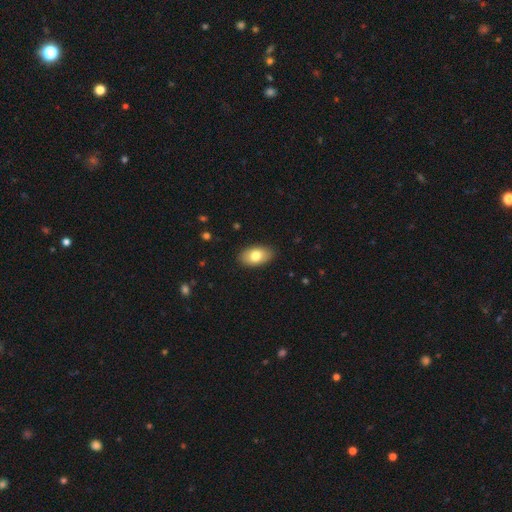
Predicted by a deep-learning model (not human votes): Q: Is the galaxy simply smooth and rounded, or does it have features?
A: smooth — 78%.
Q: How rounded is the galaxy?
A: in between — 93%.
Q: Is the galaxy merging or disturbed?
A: none — 88%.